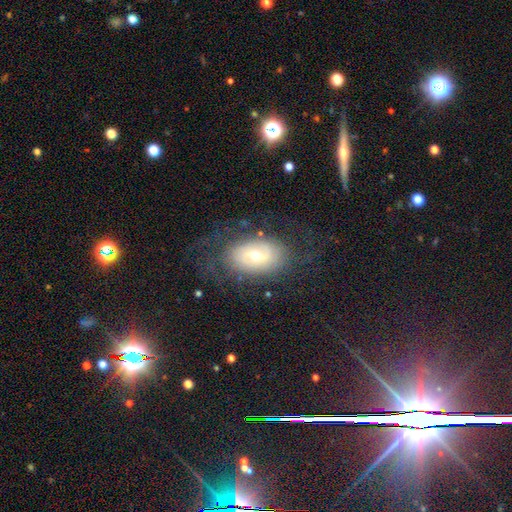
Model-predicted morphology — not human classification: featured or disk 58%, smooth 33%, star or artifact 9%. Down the decision tree: edge-on disk — no (92%); bar — no (56%); spiral arms — yes (62%); bulge size — moderate (60%); merging — none (67%).